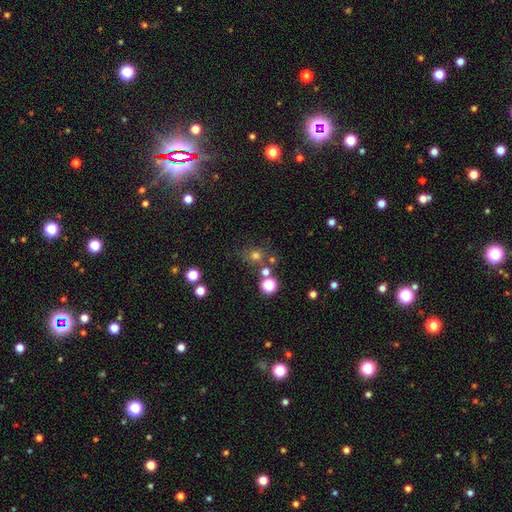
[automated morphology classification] Smooth or featured? Predicted: smooth (p=0.66). How rounded? Predicted: round (p=0.85). Merging? Predicted: none (p=0.69).